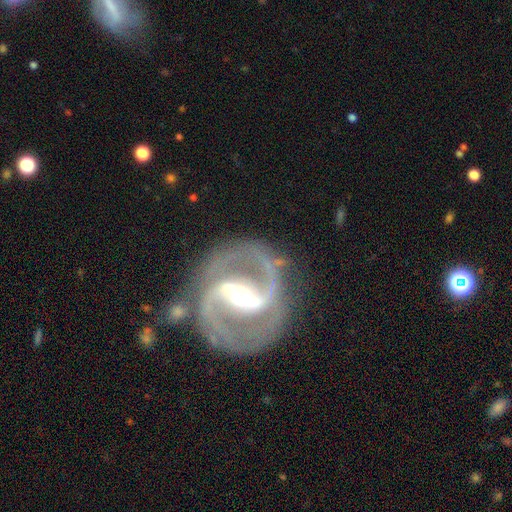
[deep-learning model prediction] Q: Smooth or featured?
A: featured or disk (91%); runner-up: star or artifact (5%)
Q: Edge-on disk?
A: no (97%); runner-up: yes (3%)
Q: Bar?
A: strong (65%); runner-up: weak (27%)
Q: Spiral arms?
A: yes (97%); runner-up: no (3%)
Q: Spiral winding?
A: medium (57%); runner-up: tight (30%)
Q: Spiral arm count?
A: 2 (92%); runner-up: 3 (2%)
Q: Bulge size?
A: moderate (61%); runner-up: small (24%)
Q: Merging?
A: none (78%); runner-up: minor disturbance (13%)